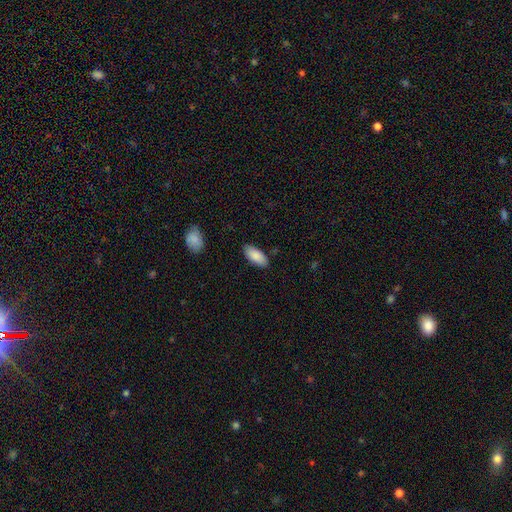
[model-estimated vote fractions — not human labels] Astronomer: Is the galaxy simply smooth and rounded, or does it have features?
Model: smooth — 88%.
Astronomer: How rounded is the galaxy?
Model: in between — 89%.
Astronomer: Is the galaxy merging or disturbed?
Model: none — 86%.